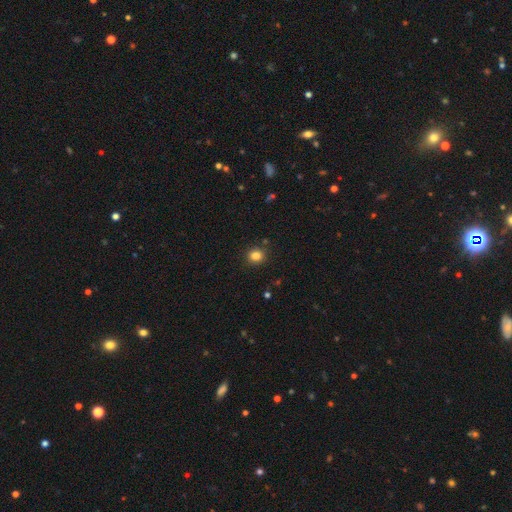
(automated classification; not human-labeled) A smooth galaxy with no disk features (83%) that is round (84%).

Vote fractions:
- Smooth or featured? smooth: 83% / star or artifact: 12% / featured or disk: 5%
- How rounded? round: 84% / in between: 16% / cigar-shaped: 1%
- Merging? none: 89% / minor disturbance: 7% / major disturbance: 2% / merger: 2%